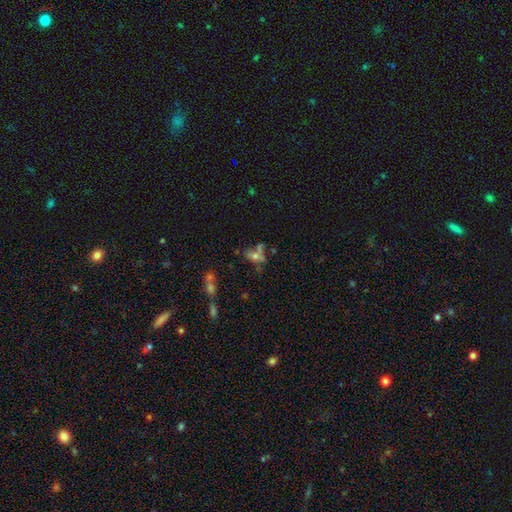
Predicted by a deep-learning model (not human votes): smooth_or_featured: smooth (p=0.48) [alt: featured or disk p=0.32]
merging: none (p=0.37) [alt: merger p=0.31]